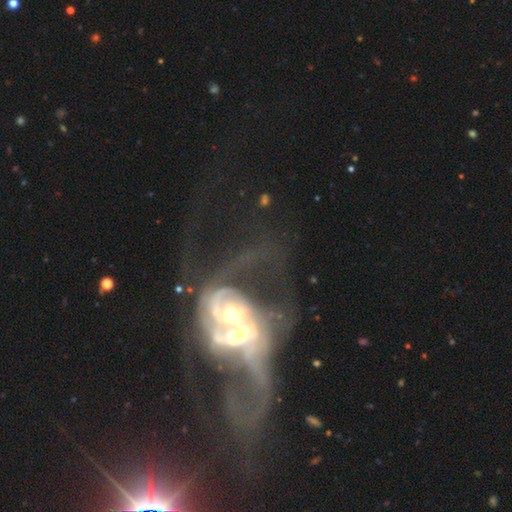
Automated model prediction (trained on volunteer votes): Smooth or featured? Predicted: featured or disk (p=0.74). Edge-on disk? Predicted: no (p=0.95). Bar? Predicted: no (p=0.62). Spiral arms? Predicted: yes (p=0.61). Bulge size? Predicted: moderate (p=0.58). Merging? Predicted: merger (p=0.67).